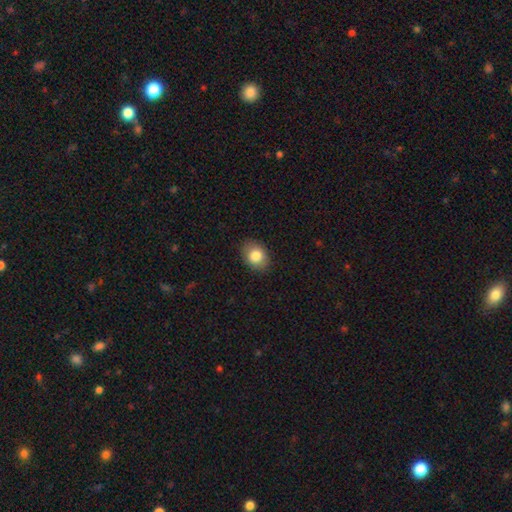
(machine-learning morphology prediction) This is clearly a smooth galaxy (84%). How rounded: likely in between (66%). Merging: clearly none (86%).